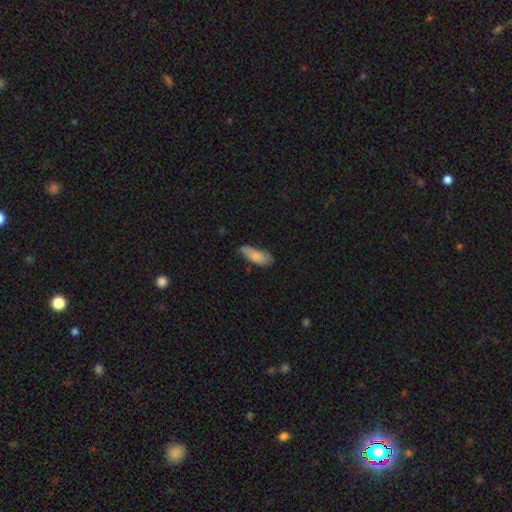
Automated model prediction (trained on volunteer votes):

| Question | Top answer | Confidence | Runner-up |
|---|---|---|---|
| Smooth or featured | smooth | 81% | featured or disk (12%) |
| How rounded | in between | 74% | cigar-shaped (24%) |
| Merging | none | 54% | minor disturbance (35%) |